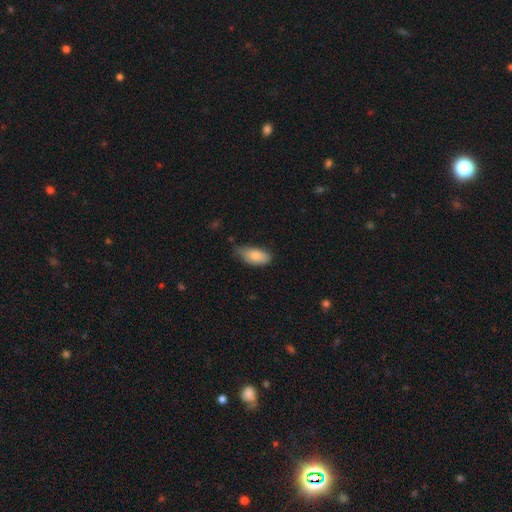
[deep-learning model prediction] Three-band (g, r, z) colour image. It shows a smooth galaxy with no disk features (84%) that is in between round and cigar-shaped (91%). Merging: none (54%).